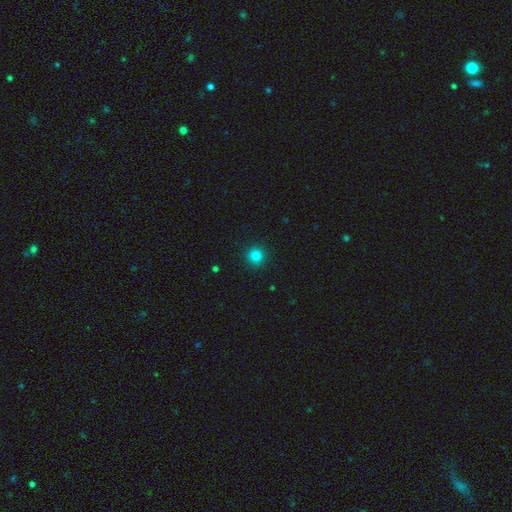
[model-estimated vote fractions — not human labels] Morphology: type=smooth (84%); roundness=round (92%); merging=none (91%).